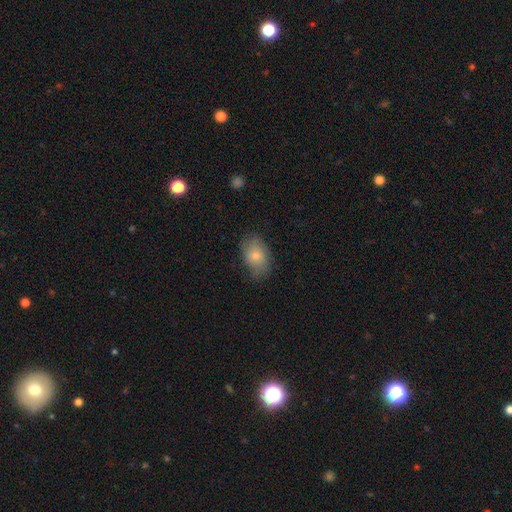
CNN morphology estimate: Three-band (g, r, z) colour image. It shows a smooth galaxy with no disk features (76%) that is in between round and cigar-shaped (84%). Merging: none (71%).